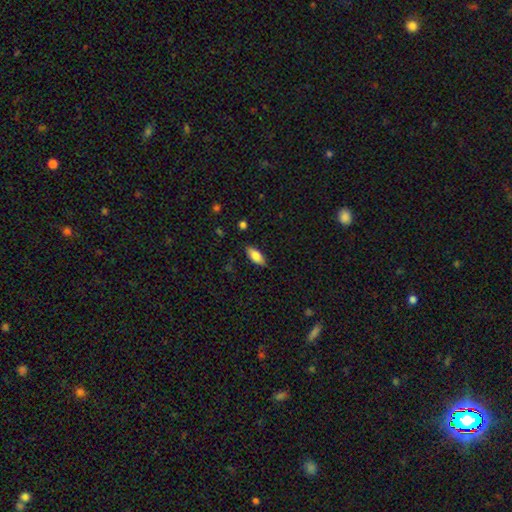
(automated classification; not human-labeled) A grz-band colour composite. It shows a smooth galaxy with no disk features (80%) that is in between round and cigar-shaped (83%). Merging: none (86%).